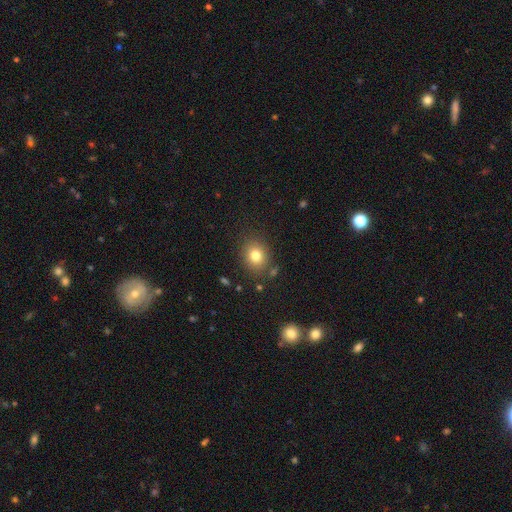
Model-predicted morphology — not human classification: type=smooth (79%); roundness=round (65%); merging=none (83%).